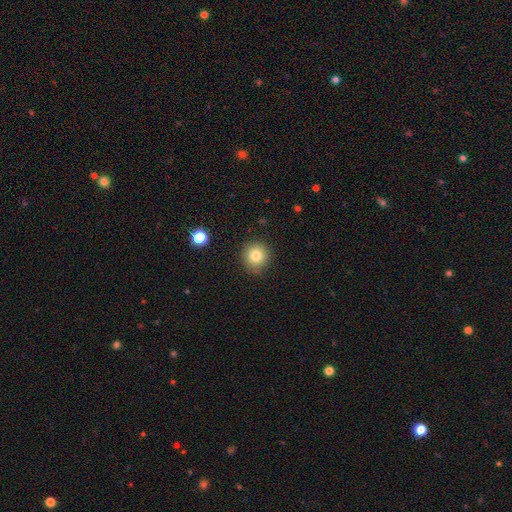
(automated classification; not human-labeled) The model was most divided on "smooth or featured": smooth: 80%, star or artifact: 11%, featured or disk: 9%. More confident: how rounded — round (92%); merging — none (87%).